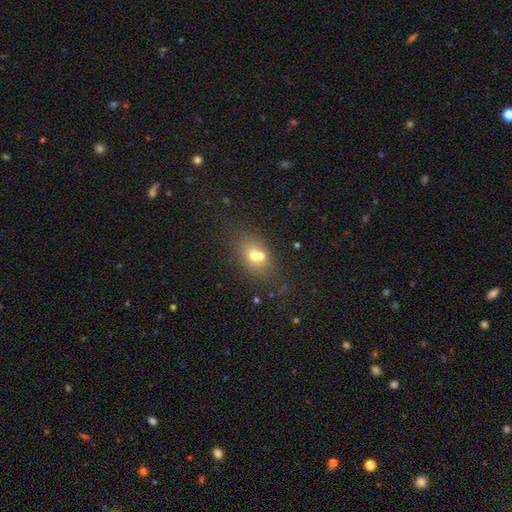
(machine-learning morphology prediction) A smooth galaxy with no disk features (62%) that is in between round and cigar-shaped (59%).

Vote fractions:
- Smooth or featured? smooth: 62% / featured or disk: 25% / star or artifact: 14%
- How rounded? in between: 59% / round: 39% / cigar-shaped: 2%
- Merging? merger: 45% / none: 41% / minor disturbance: 10% / major disturbance: 4%